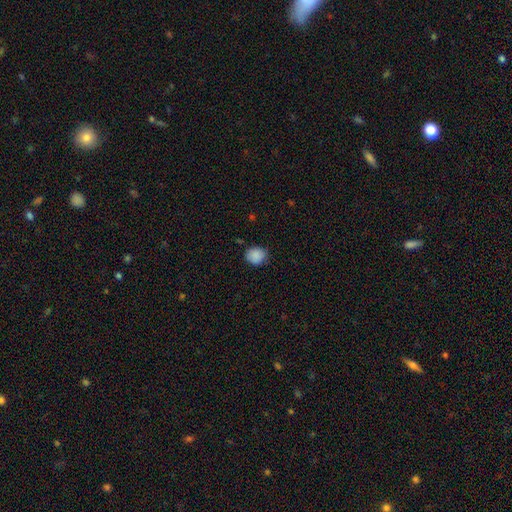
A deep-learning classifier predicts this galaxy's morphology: Smooth or featured? Predicted: smooth (p=0.88). How rounded? Predicted: round (p=0.75). Merging? Predicted: none (p=0.80).